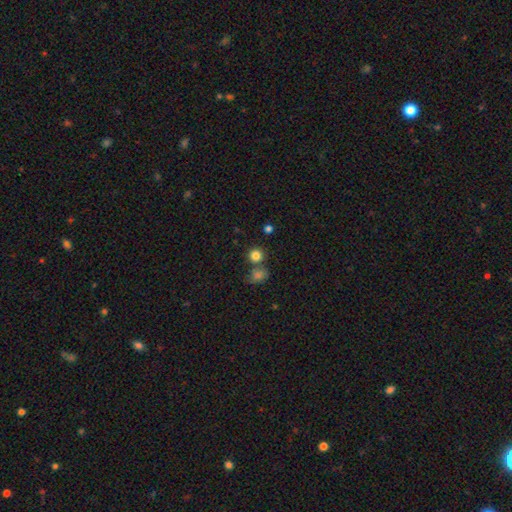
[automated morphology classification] smooth_or_featured: smooth (p=0.81) [alt: star or artifact p=0.13]
how_rounded: round (p=0.87) [alt: in between p=0.12]
merging: none (p=0.65) [alt: merger p=0.22]